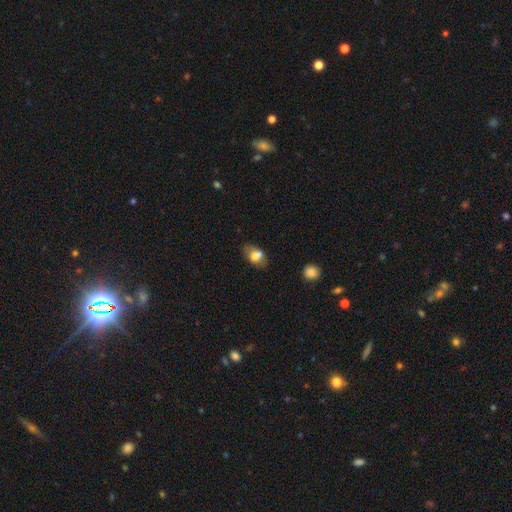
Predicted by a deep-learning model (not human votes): Smooth or featured?
  - smooth: 68% *
  - featured or disk: 22%
  - star or artifact: 9%
How rounded?
  - in between: 82% *
  - round: 15%
  - cigar-shaped: 3%
Merging?
  - none: 54% *
  - minor disturbance: 21%
  - merger: 17%
  - major disturbance: 8%